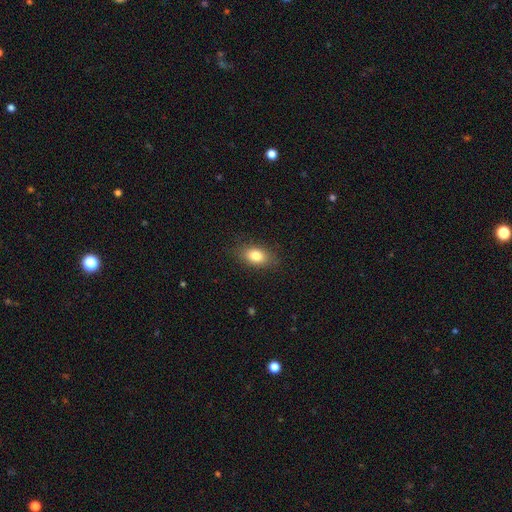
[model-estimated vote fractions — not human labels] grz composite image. It shows a smooth galaxy with no disk features (82%) that is in between round and cigar-shaped (85%). Merging: none (84%).